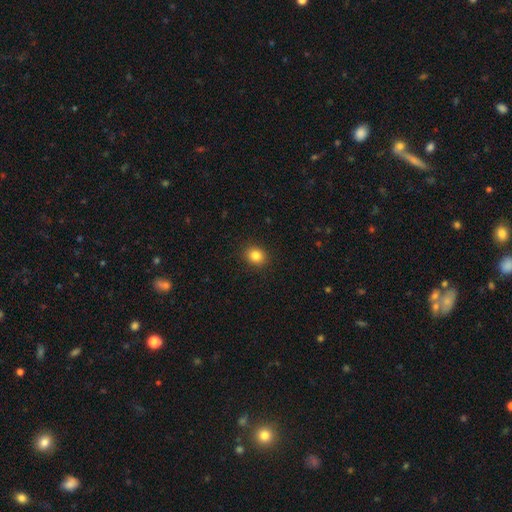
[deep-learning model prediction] smooth-or-featured: smooth: 83% | star or artifact: 11% | featured or disk: 6%
  how-rounded: round: 69% | in between: 30% | cigar-shaped: 1%
  merging: none: 91% | minor disturbance: 6% | major disturbance: 2% | merger: 1%